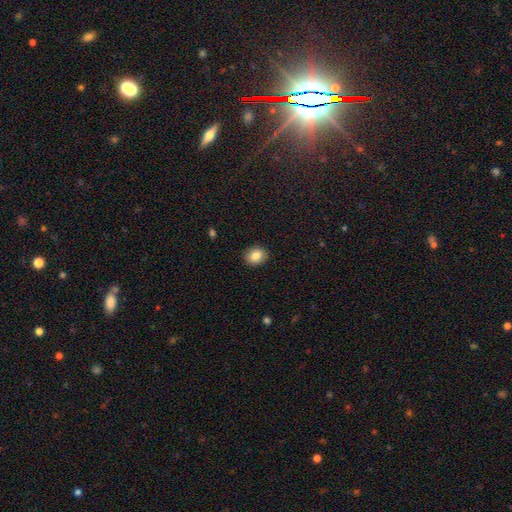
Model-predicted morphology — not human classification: Smooth or featured? Predicted: smooth (p=0.85). How rounded? Predicted: round (p=0.54). Merging? Predicted: none (p=0.91).